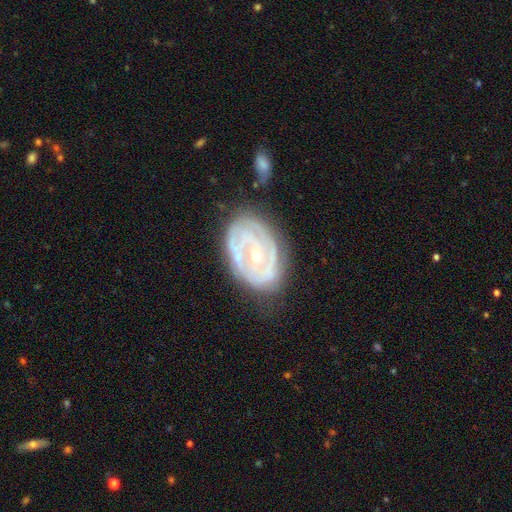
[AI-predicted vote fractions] Smooth or featured? featured or disk (82%)
Edge-on disk? no (96%)
Bar? no (58%)
Spiral arms? yes (72%)
Spiral winding? tight (69%)
Spiral arm count? can't tell (43%)
Bulge size? moderate (62%)
Merging? none (61%)